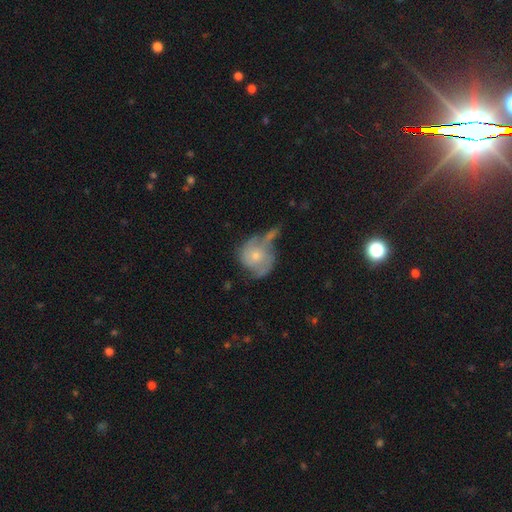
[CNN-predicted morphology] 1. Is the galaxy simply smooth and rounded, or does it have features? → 59% featured or disk, 34% smooth, 7% star or artifact.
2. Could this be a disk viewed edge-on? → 97% no, 3% yes.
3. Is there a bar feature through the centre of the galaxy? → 80% no, 17% weak, 3% strong.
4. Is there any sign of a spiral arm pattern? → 74% yes, 26% no.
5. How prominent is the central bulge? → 65% small, 30% moderate, 2% none, 2% large, 1% dominant.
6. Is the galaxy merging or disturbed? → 33% none, 25% minor disturbance, 21% merger, 21% major disturbance.